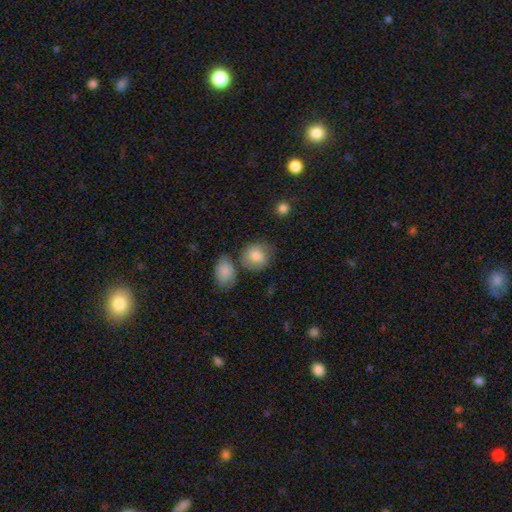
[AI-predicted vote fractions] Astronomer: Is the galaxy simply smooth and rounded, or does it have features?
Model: smooth — 80%.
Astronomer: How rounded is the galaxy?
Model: round — 76%.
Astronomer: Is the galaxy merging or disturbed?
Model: none — 59%.